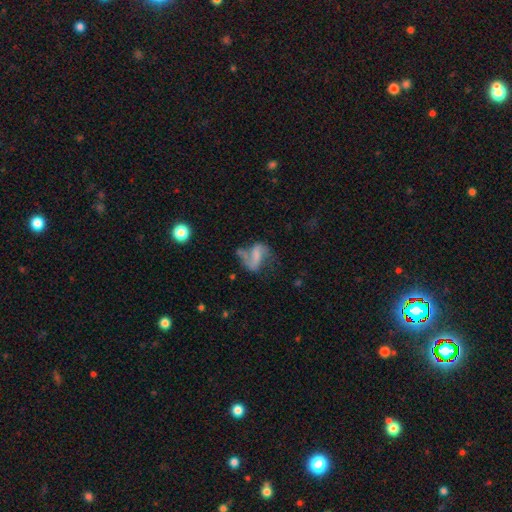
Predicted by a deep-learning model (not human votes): Smooth or featured: featured or disk — 60% (smooth — 29%)
Edge-on disk: no — 97% (yes — 3%)
Bar: weak — 37% (no — 35%)
Spiral arms: yes — 73% (no — 27%)
Bulge size: none — 58% (small — 22%)
Merging: none — 33% (tied with major disturbance — 33%)